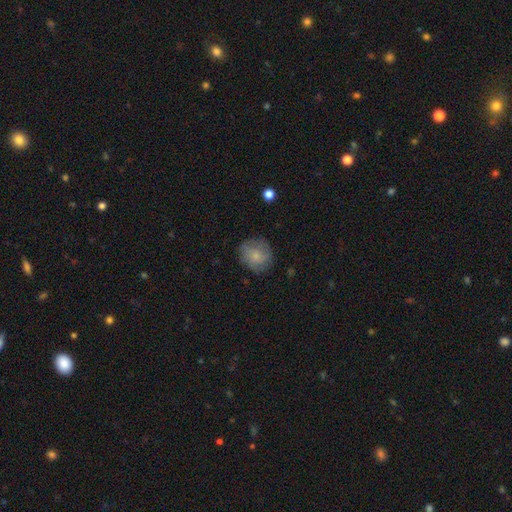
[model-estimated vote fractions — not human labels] smooth-or-featured: smooth: 67% | featured or disk: 25% | star or artifact: 8%
  how-rounded: round: 86% | in between: 13% | cigar-shaped: 1%
  merging: none: 77% | minor disturbance: 17% | major disturbance: 5% | merger: 1%